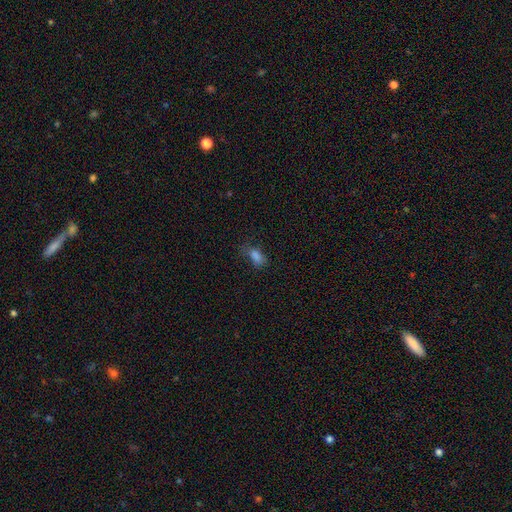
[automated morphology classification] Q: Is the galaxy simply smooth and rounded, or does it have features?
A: smooth — 77%.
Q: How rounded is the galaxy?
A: in between — 85%.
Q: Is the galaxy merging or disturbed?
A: none — 51%.